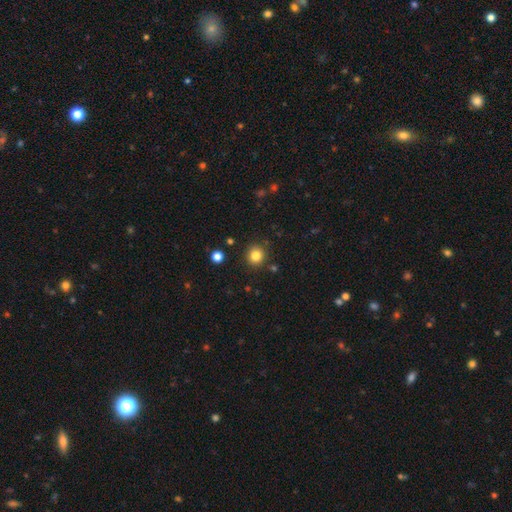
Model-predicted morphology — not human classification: smooth_or_featured: smooth (p=0.82) [alt: star or artifact p=0.12]
how_rounded: round (p=0.91) [alt: in between p=0.08]
merging: none (p=0.89) [alt: minor disturbance p=0.07]